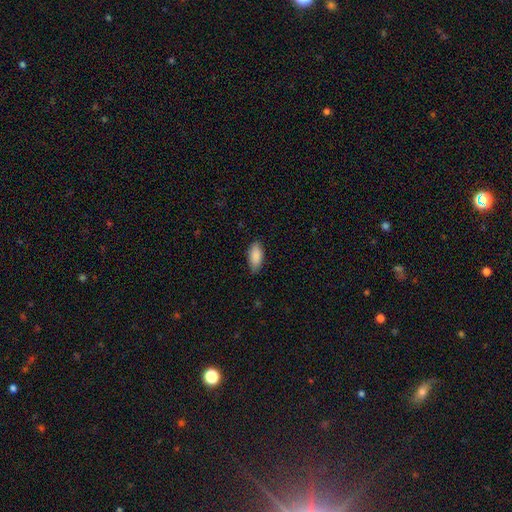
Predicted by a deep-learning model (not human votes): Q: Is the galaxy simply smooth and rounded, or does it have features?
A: smooth — 88%.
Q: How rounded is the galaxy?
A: in between — 88%.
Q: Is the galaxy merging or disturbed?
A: none — 80%.